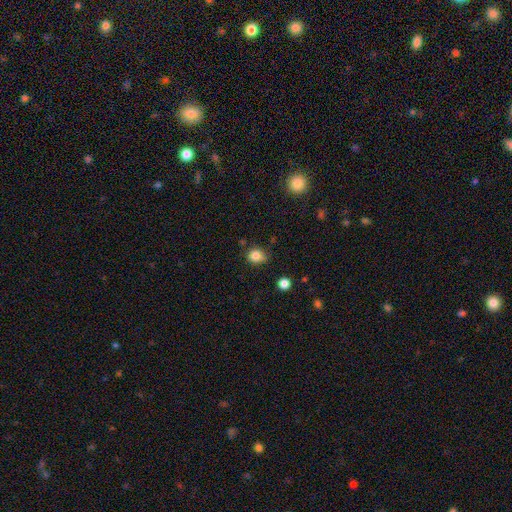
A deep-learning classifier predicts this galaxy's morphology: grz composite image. It shows a smooth galaxy with no disk features (83%) that is round (70%). Merging: none (69%).